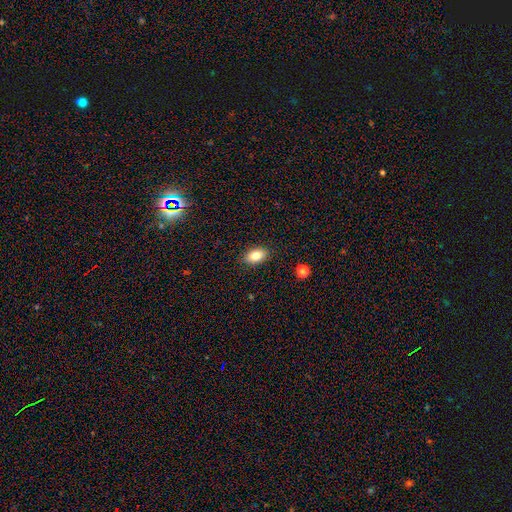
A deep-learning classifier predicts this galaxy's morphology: Smooth or featured?
  - smooth: 83% *
  - featured or disk: 9%
  - star or artifact: 8%
How rounded?
  - in between: 90% *
  - round: 7%
  - cigar-shaped: 2%
Merging?
  - none: 88% *
  - minor disturbance: 9%
  - major disturbance: 2%
  - merger: 1%